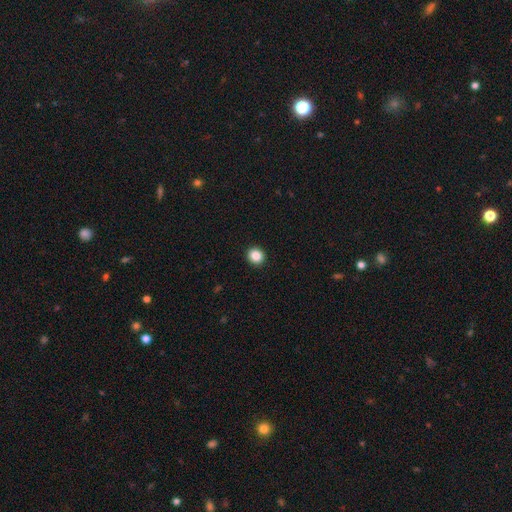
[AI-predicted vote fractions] Smooth or featured?
  - smooth: 87% *
  - star or artifact: 10%
  - featured or disk: 3%
How rounded?
  - round: 85% *
  - in between: 15%
  - cigar-shaped: 1%
Merging?
  - none: 93% *
  - minor disturbance: 5%
  - major disturbance: 2%
  - merger: 1%